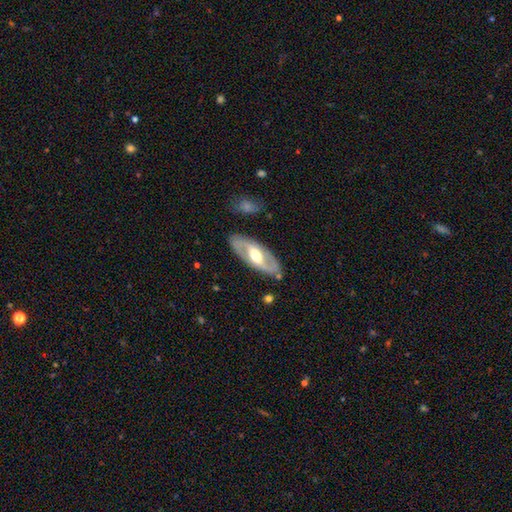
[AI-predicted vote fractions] featured or disk 78%, smooth 18%, star or artifact 4%. Down the decision tree: edge-on disk — no (90%); bar — weak (40%); spiral arms — yes (82%); spiral arm count — 2 (89%); spiral winding — medium (48%); bulge size — moderate (72%); merging — none (85%).